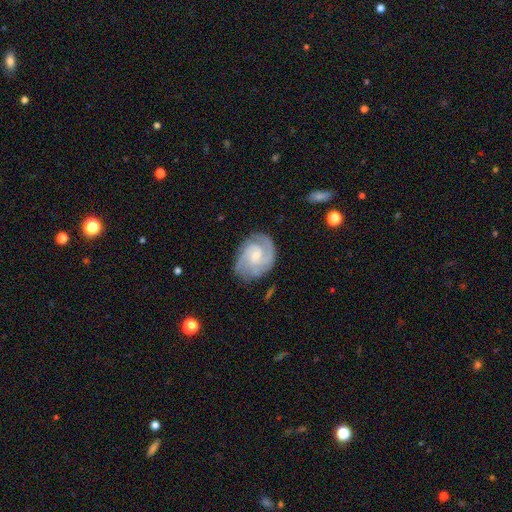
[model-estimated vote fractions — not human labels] Smooth or featured? featured or disk (86%)
Edge-on disk? no (98%)
Bar? no (51%)
Spiral arms? yes (97%)
Spiral winding? tight (56%)
Spiral arm count? 2 (53%)
Bulge size? small (60%)
Merging? none (74%)